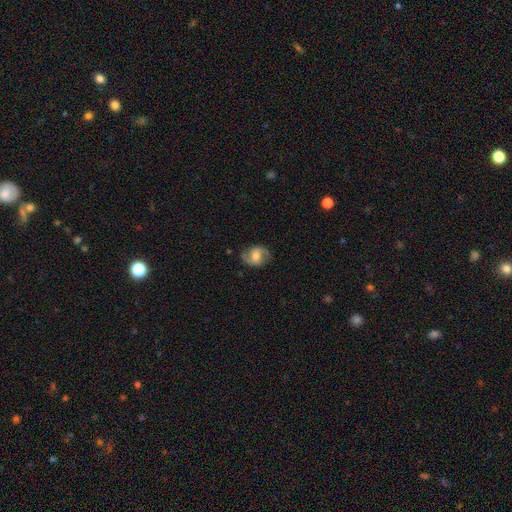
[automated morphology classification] type=featured or disk (69%); edge-on=no (97%); bar=no (44%); spiral arms=yes (90%); winding=medium (48%); arm count=2 (90%); bulge=moderate (62%); merging=none (80%).